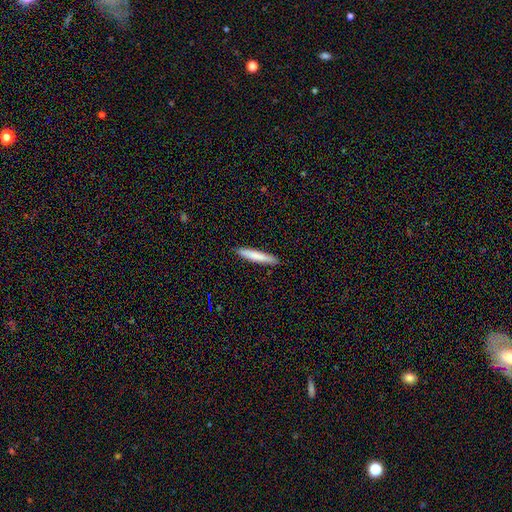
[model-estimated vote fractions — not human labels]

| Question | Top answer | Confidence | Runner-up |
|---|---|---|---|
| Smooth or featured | smooth | 79% | featured or disk (16%) |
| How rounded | cigar-shaped | 92% | in between (7%) |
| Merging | none | 89% | minor disturbance (8%) |